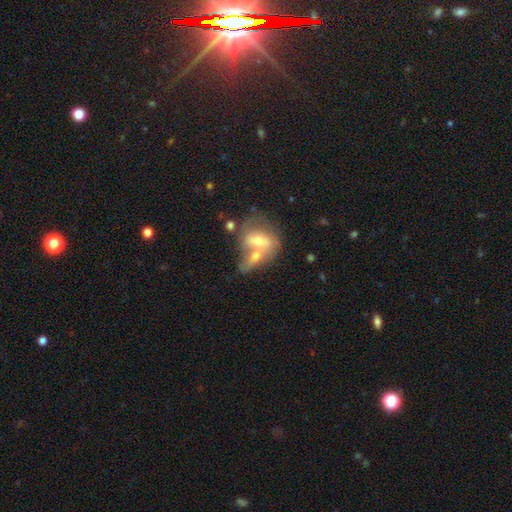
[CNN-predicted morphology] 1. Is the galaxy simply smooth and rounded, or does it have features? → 49% smooth, 43% featured or disk, 7% star or artifact.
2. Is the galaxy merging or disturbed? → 69% merger, 17% none, 8% minor disturbance, 6% major disturbance.